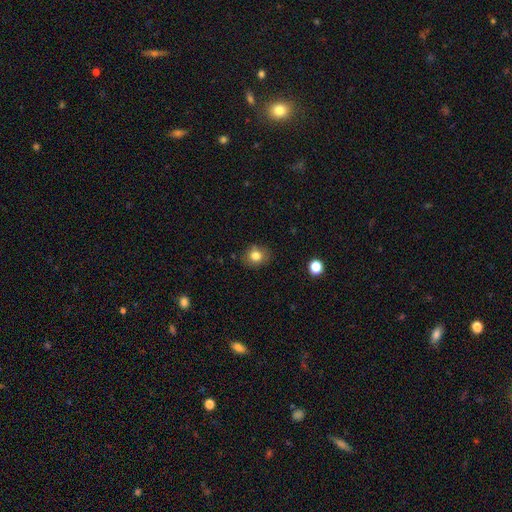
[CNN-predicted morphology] type=smooth (80%); roundness=round (59%); merging=none (81%).